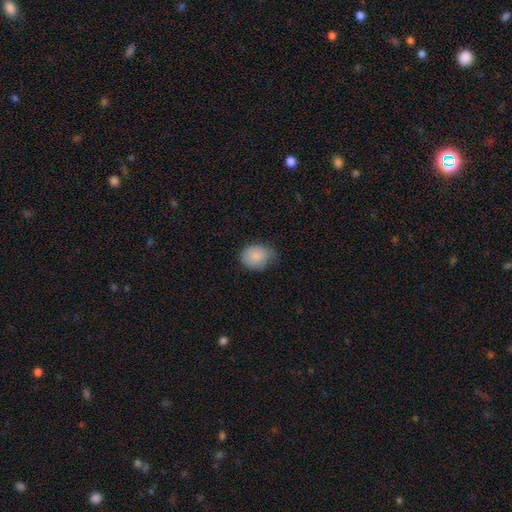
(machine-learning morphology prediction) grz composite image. It shows a smooth galaxy with no disk features (87%) that is in between round and cigar-shaped (51%). Merging: none (57%).